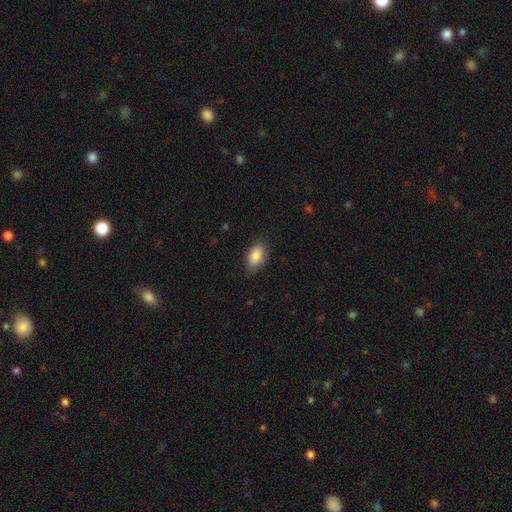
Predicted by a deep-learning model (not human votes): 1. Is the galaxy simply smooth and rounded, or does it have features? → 85% smooth, 8% featured or disk, 7% star or artifact.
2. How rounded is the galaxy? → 91% in between, 6% round, 3% cigar-shaped.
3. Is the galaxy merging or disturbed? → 79% none, 17% minor disturbance, 3% major disturbance, 1% merger.